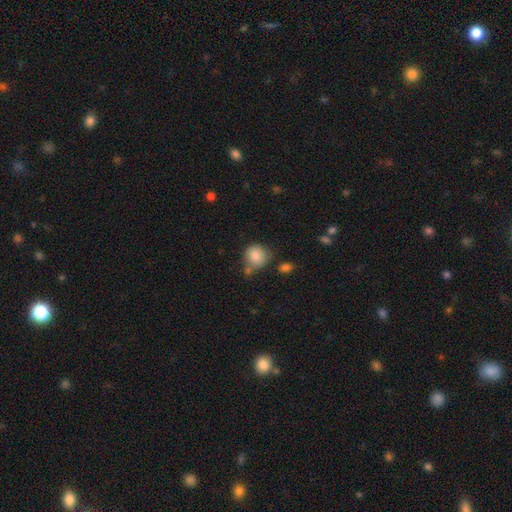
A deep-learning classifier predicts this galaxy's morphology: Q: Smooth or featured?
A: smooth (83%); runner-up: star or artifact (9%)
Q: How rounded?
A: round (84%); runner-up: in between (15%)
Q: Merging?
A: none (61%); runner-up: minor disturbance (21%)